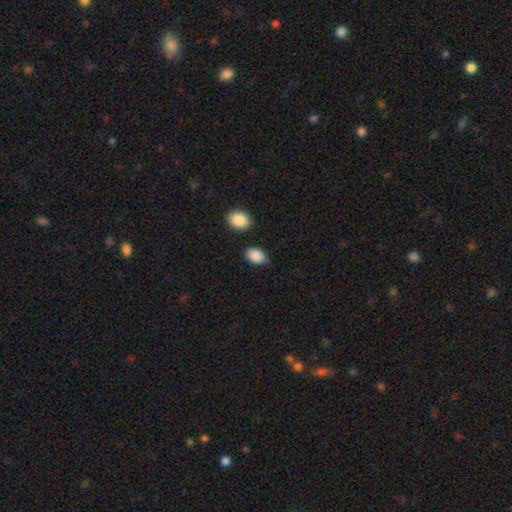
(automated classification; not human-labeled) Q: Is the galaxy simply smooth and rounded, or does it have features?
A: smooth — 89%.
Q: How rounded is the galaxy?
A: in between — 83%.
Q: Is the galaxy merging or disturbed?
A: none — 73%.